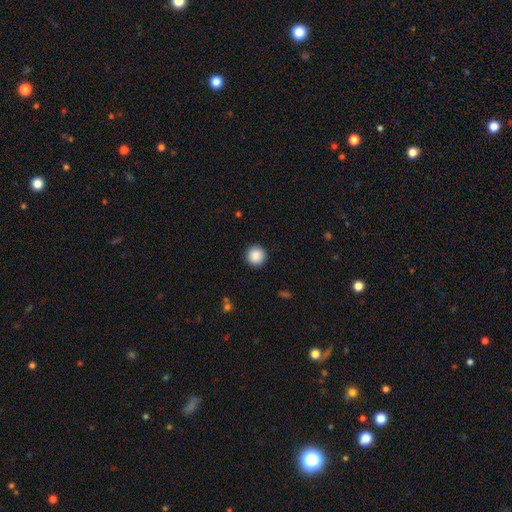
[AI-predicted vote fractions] Overall: smooth (88%). How rounded: round (95%). Merging: none (92%).